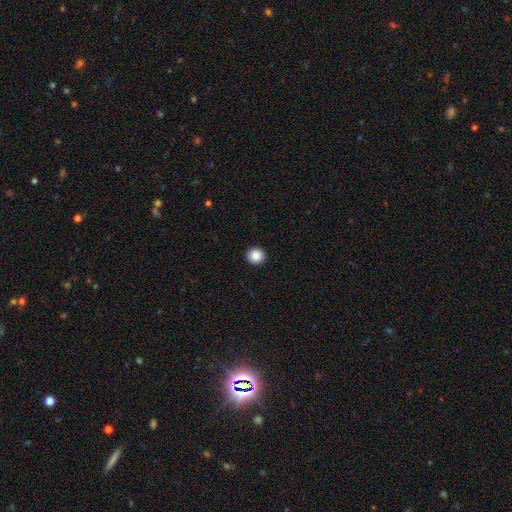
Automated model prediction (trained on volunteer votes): Smooth or featured?
  - smooth: 88% *
  - star or artifact: 9%
  - featured or disk: 3%
How rounded?
  - round: 89% *
  - in between: 10%
  - cigar-shaped: 1%
Merging?
  - none: 93% *
  - minor disturbance: 4%
  - major disturbance: 1%
  - merger: 1%